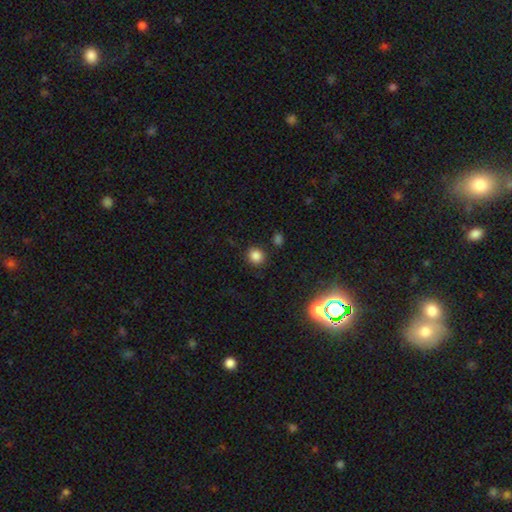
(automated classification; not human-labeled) Smooth or featured: smooth — 83% (star or artifact — 13%)
How rounded: round — 86% (in between — 13%)
Merging: none — 87% (minor disturbance — 7%)